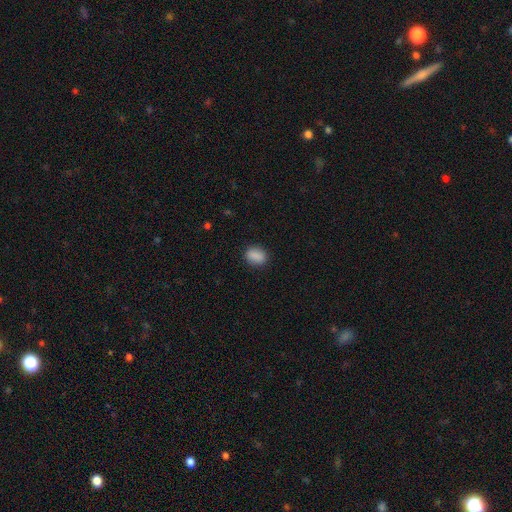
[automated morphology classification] type=smooth (88%); roundness=in between (68%); merging=none (88%).